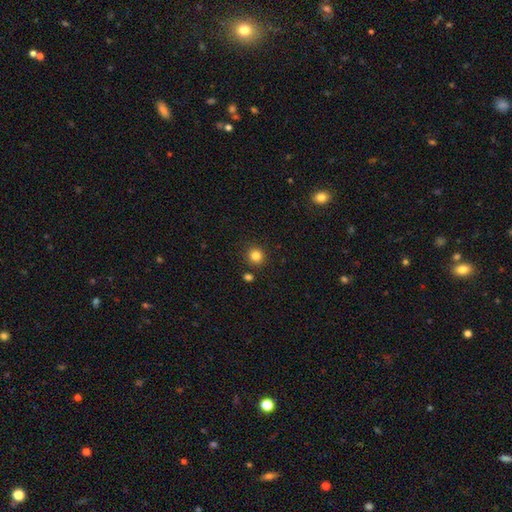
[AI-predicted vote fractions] Q: Smooth or featured?
A: smooth (83%); runner-up: star or artifact (12%)
Q: How rounded?
A: round (91%); runner-up: in between (8%)
Q: Merging?
A: none (87%); runner-up: minor disturbance (7%)